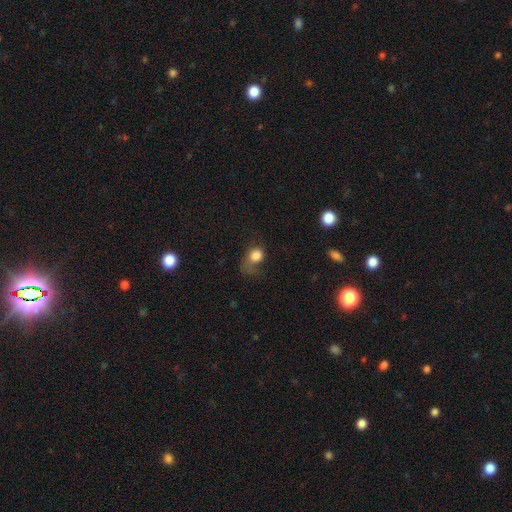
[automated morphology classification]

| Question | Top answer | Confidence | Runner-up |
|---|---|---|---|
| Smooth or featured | smooth | 75% | featured or disk (15%) |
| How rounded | round | 57% | in between (42%) |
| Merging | major disturbance | 48% | none (26%) |